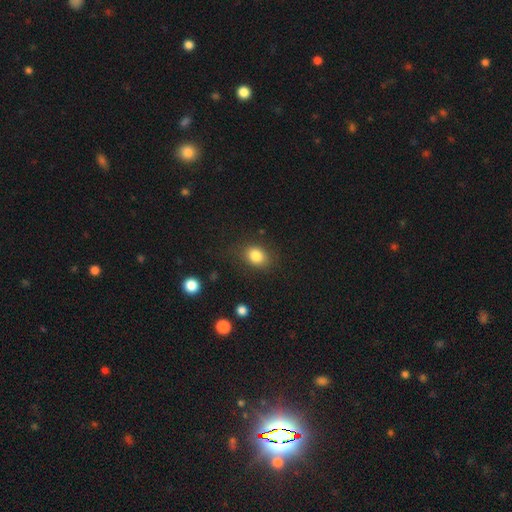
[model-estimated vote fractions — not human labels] Smooth or featured? Predicted: smooth (p=0.83). How rounded? Predicted: in between (p=0.51). Merging? Predicted: none (p=0.79).